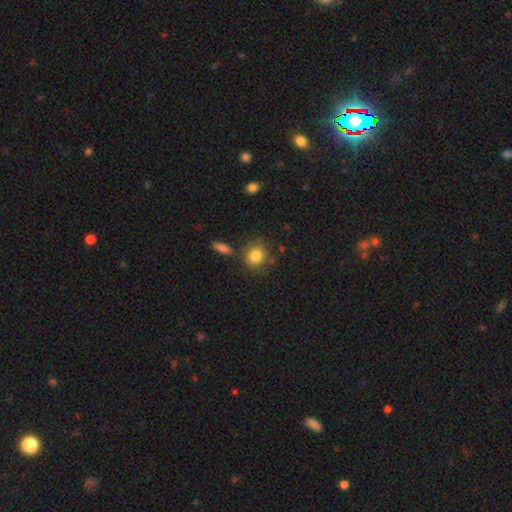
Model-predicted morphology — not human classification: smooth-or-featured: smooth: 84% | star or artifact: 9% | featured or disk: 7%
  how-rounded: round: 77% | in between: 22% | cigar-shaped: 1%
  merging: none: 77% | minor disturbance: 12% | merger: 7% | major disturbance: 4%